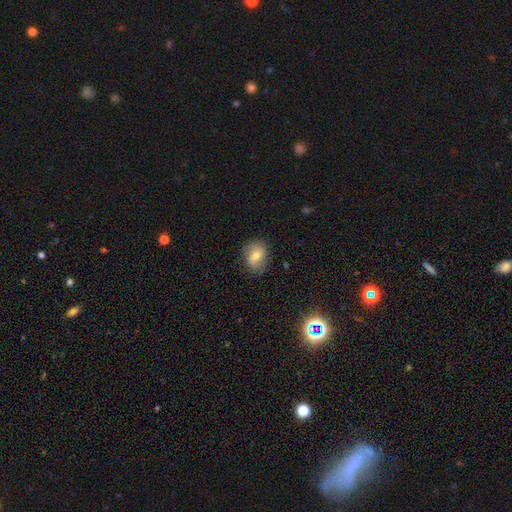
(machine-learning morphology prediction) Q: Smooth or featured?
A: smooth (60%); runner-up: featured or disk (30%)
Q: How rounded?
A: in between (54%); runner-up: round (44%)
Q: Merging?
A: none (78%); runner-up: minor disturbance (16%)